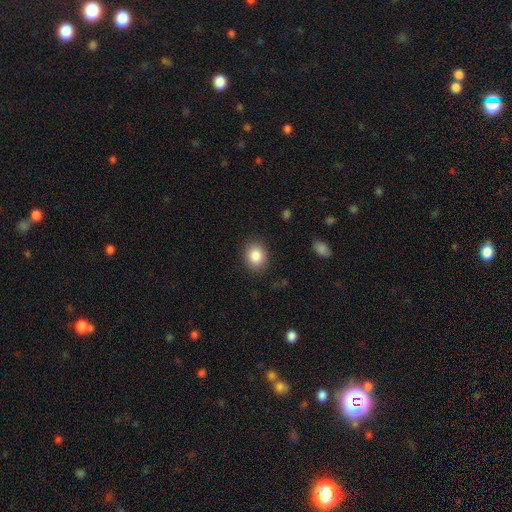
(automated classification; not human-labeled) A smooth galaxy with no disk features (86%) that is round (53%). Merging: none (87%).